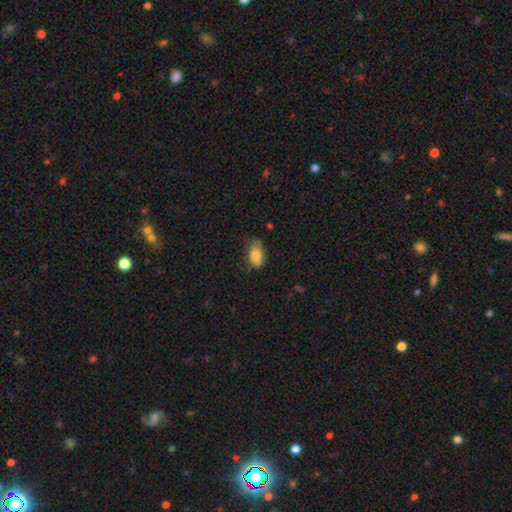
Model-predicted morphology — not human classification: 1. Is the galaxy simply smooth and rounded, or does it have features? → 85% smooth, 8% star or artifact, 7% featured or disk.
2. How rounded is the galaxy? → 90% in between, 7% round, 3% cigar-shaped.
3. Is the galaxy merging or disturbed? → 57% none, 32% minor disturbance, 9% major disturbance, 2% merger.